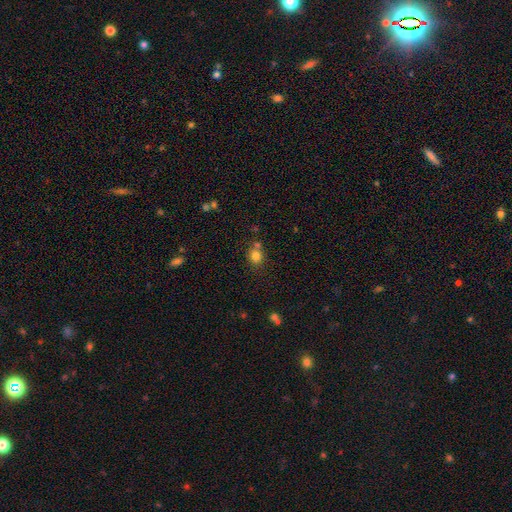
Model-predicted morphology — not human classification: smooth_or_featured: smooth (p=0.80) [alt: star or artifact p=0.13]
how_rounded: round (p=0.74) [alt: in between p=0.25]
merging: none (p=0.63) [alt: merger p=0.21]